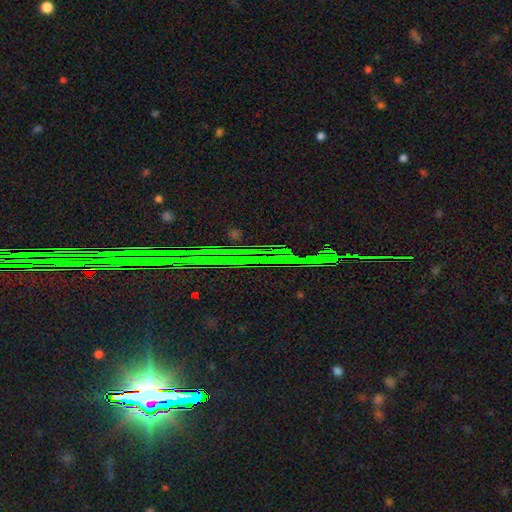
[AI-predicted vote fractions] Q: Smooth or featured?
A: star or artifact (87%); runner-up: featured or disk (8%)